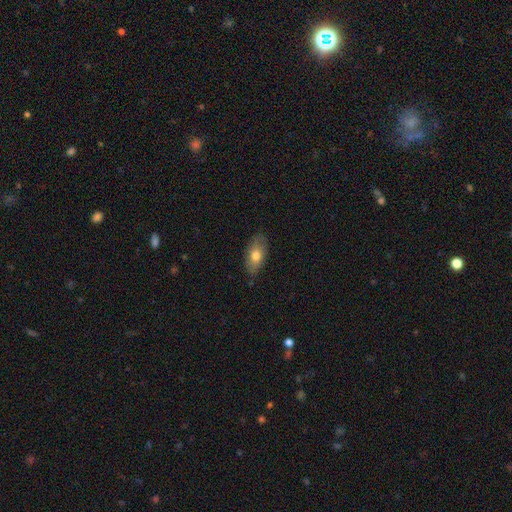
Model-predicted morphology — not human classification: This is likely a smooth galaxy (72%). How rounded: clearly in between (90%). Merging: clearly none (81%).